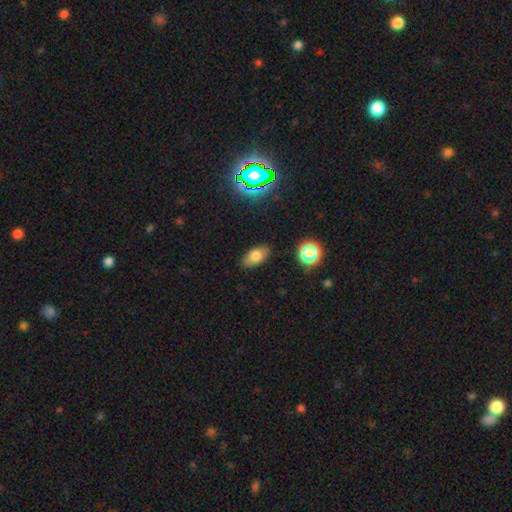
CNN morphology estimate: The model was most divided on "smooth or featured": smooth: 75%, featured or disk: 13%, star or artifact: 12%. More confident: how rounded — in between (90%); merging — none (84%).